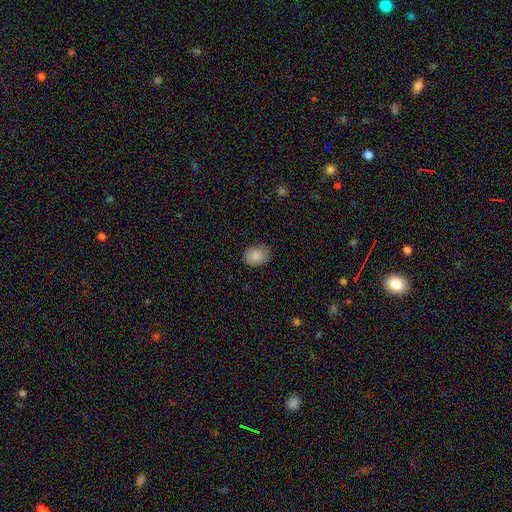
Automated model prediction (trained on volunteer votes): The model was most divided on "how rounded": in between: 60%, round: 39%, cigar-shaped: 1%. More confident: smooth or featured — smooth (87%); merging — none (82%).